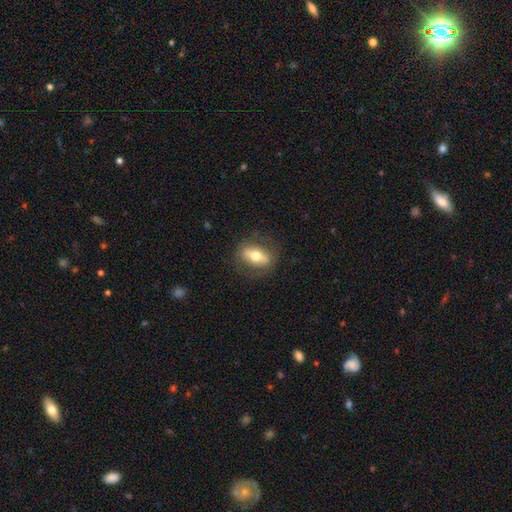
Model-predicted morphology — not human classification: Overall: smooth (55%; featured or disk 38%). How rounded: in between (78%). Merging: none (81%).